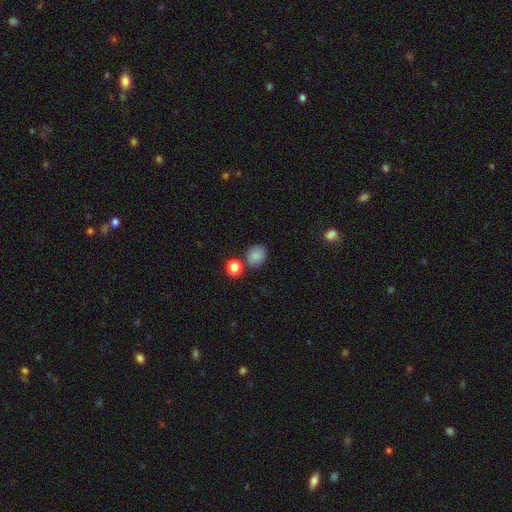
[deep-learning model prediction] A smooth galaxy with no disk features (84%) that is round (63%). Merging: none (72%).